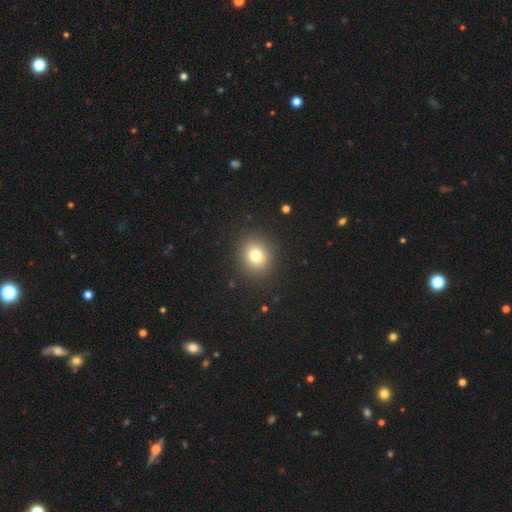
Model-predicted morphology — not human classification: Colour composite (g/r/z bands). It shows a smooth galaxy with no disk features (76%) that is round (75%). Merging: none (88%).